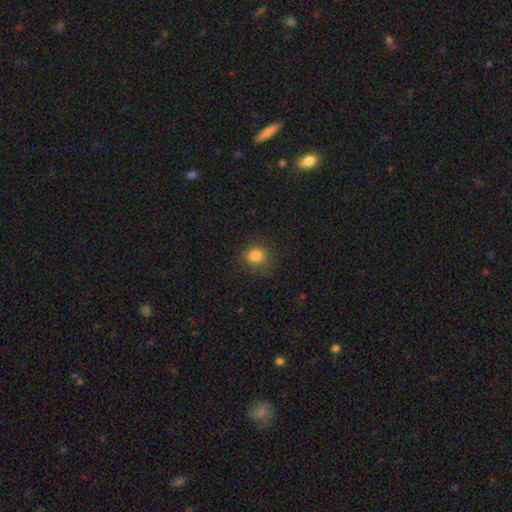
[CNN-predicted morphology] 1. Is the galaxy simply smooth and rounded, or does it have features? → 82% smooth, 13% star or artifact, 5% featured or disk.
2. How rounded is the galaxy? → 84% round, 15% in between, 1% cigar-shaped.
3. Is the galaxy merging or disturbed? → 83% none, 12% minor disturbance, 4% major disturbance, 1% merger.